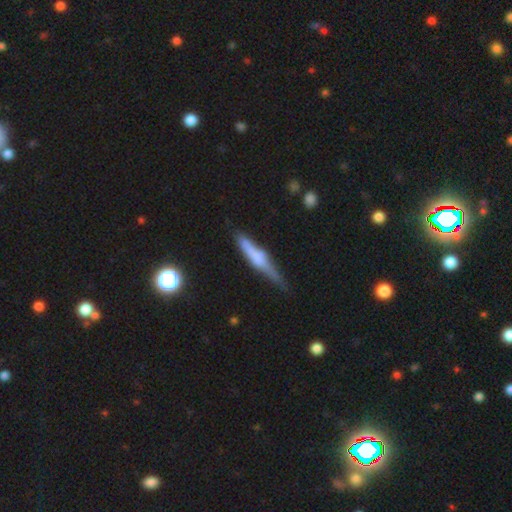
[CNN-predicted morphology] This appears to be a featured or disk galaxy (51%) viewed edge-on (92%). Merging: none (59%).